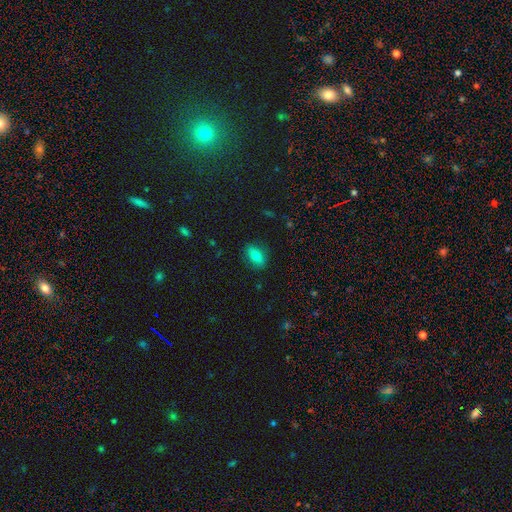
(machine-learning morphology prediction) type=smooth (74%); roundness=in between (81%); merging=none (86%).